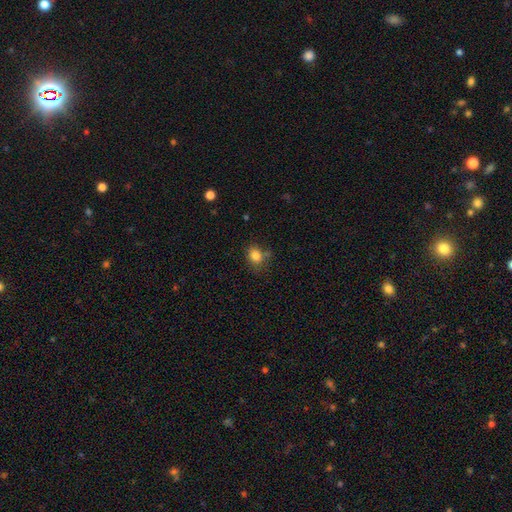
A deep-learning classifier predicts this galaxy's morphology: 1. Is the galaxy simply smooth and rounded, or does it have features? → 82% smooth, 11% star or artifact, 7% featured or disk.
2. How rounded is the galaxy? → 57% round, 42% in between, 1% cigar-shaped.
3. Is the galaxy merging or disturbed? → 66% none, 20% minor disturbance, 8% merger, 6% major disturbance.